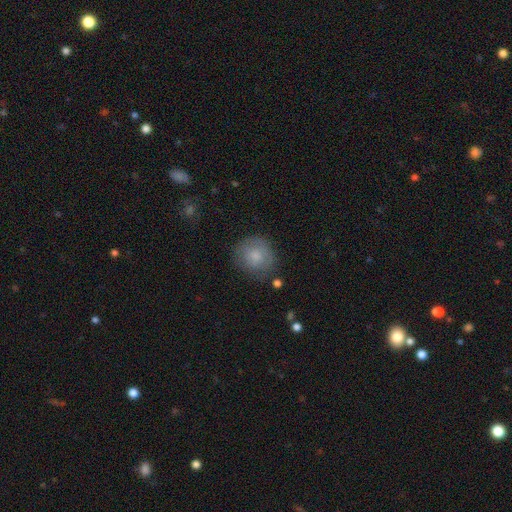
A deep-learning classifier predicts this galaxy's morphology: A smooth galaxy with no disk features (74%) that is round (85%).

Vote fractions:
- Smooth or featured? smooth: 74% / featured or disk: 19% / star or artifact: 8%
- How rounded? round: 85% / in between: 14% / cigar-shaped: 1%
- Merging? none: 73% / minor disturbance: 19% / major disturbance: 6% / merger: 2%